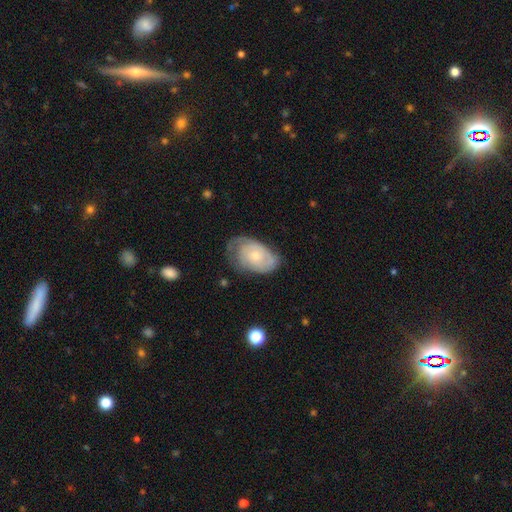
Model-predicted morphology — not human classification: The model was most divided on "spiral arm count": can't tell: 40%, 2: 36%, 1: 12%, 3: 8%, 4: 3%, more than 4: 2%. More confident: edge-on disk — no (96%); spiral arms — yes (84%); bar — no (78%); smooth or featured — featured or disk (64%); spiral winding — tight (62%); bulge size — small (57%); merging — none (52%).